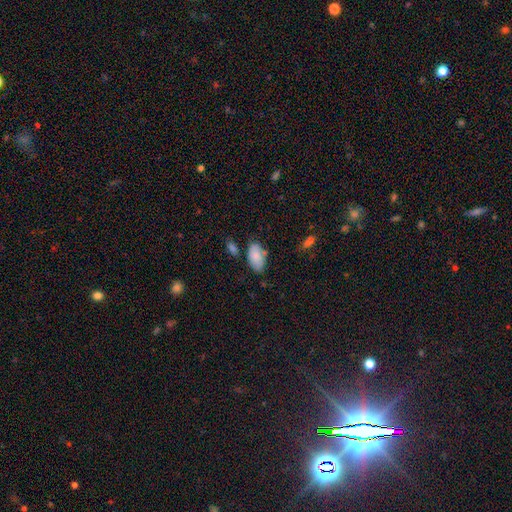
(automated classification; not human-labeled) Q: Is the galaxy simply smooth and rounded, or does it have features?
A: smooth — 80%.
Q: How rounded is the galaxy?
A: in between — 94%.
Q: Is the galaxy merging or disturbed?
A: none — 66%.